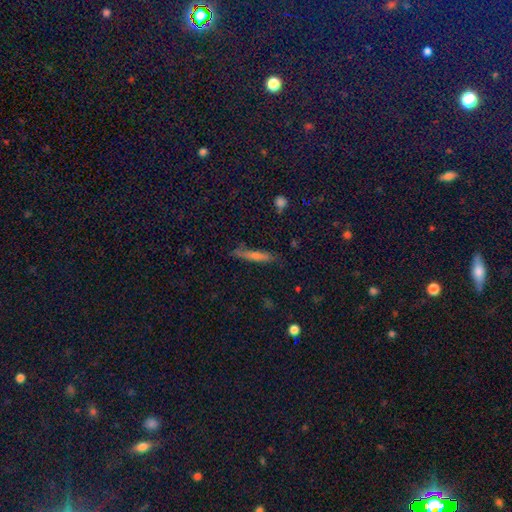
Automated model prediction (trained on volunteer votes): Smooth or featured?
  - smooth: 54% *
  - featured or disk: 31%
  - star or artifact: 15%
How rounded?
  - cigar-shaped: 88% *
  - in between: 9%
  - round: 3%
Merging?
  - none: 81% *
  - minor disturbance: 14%
  - major disturbance: 3%
  - merger: 2%